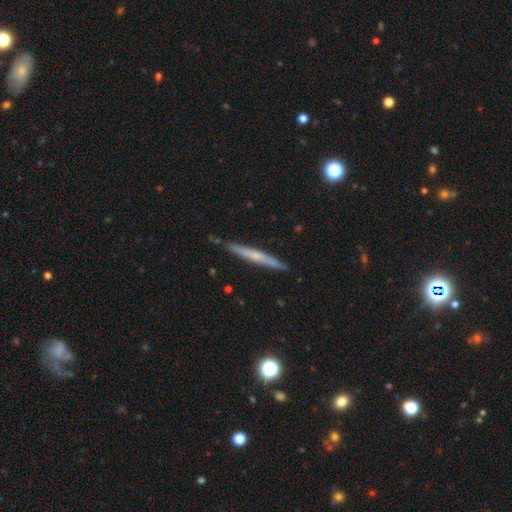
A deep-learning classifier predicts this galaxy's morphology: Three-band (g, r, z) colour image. It shows a featured or disk galaxy (56%) viewed edge-on (97%) with no central bulge (50%). Merging: none (89%).